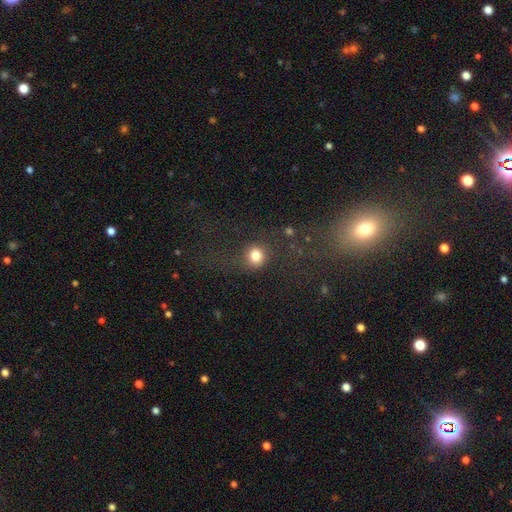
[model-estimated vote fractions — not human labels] smooth_or_featured: smooth (p=0.80) [alt: star or artifact p=0.13]
how_rounded: round (p=0.84) [alt: in between p=0.15]
merging: none (p=0.67) [alt: minor disturbance p=0.14]